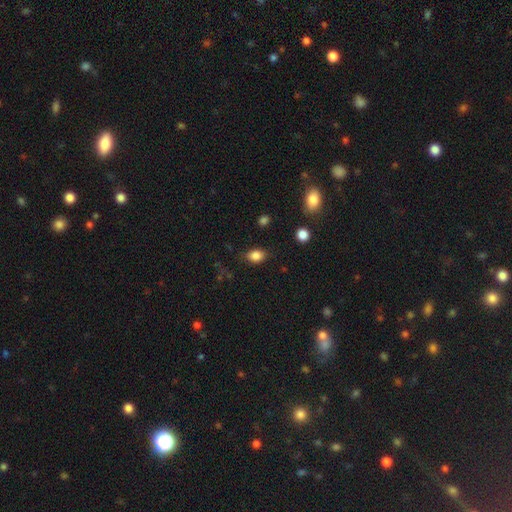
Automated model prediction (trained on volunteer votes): Morphology: type=smooth (84%); roundness=in between (72%); merging=none (78%).